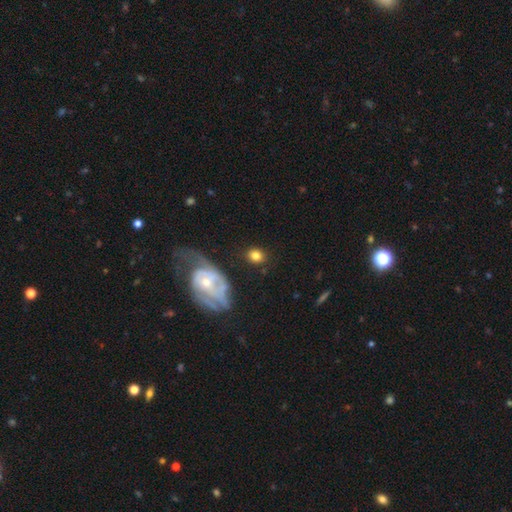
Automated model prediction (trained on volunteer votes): This appears to be a smooth galaxy with no disk features (76%) that is round (65%). Merging: none (76%).